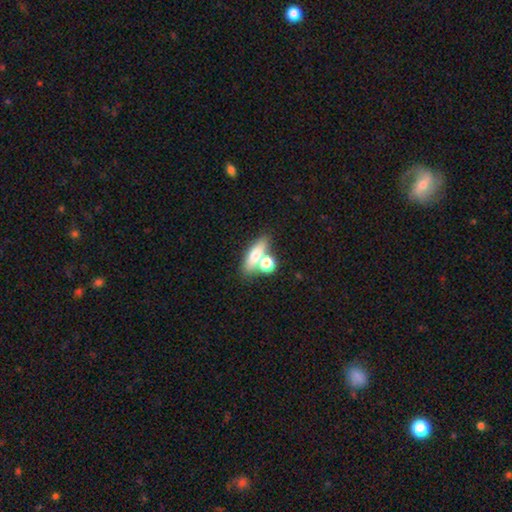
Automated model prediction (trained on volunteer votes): Morphology: type=smooth (66%); roundness=in between (52%); merging=none (48%).